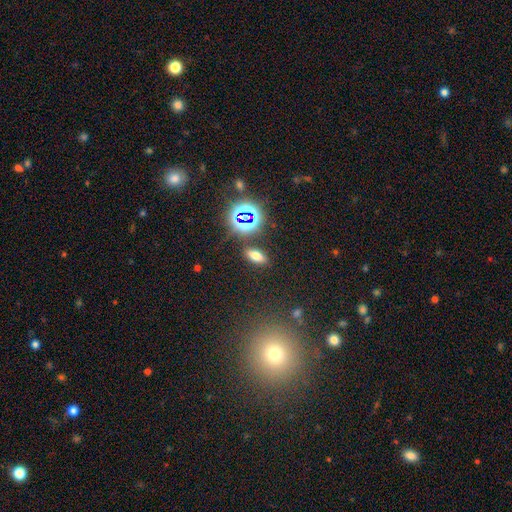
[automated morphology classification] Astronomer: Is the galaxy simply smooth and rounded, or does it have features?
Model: smooth — 60%.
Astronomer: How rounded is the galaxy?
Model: in between — 76%.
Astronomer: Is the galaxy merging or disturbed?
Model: none — 86%.